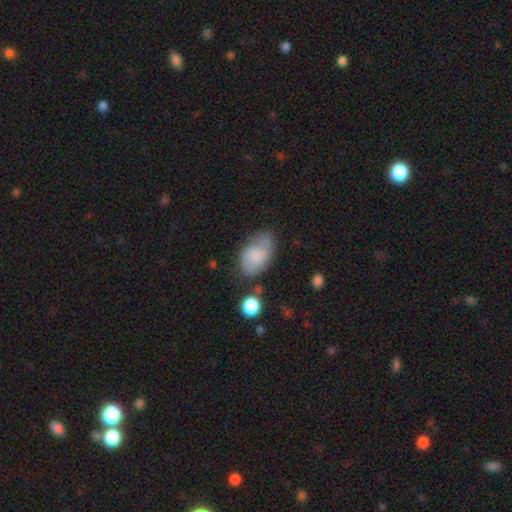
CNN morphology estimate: Overall: smooth (64%; featured or disk 28%). How rounded: in between (90%). Merging: none (58%; minor disturbance 28%).